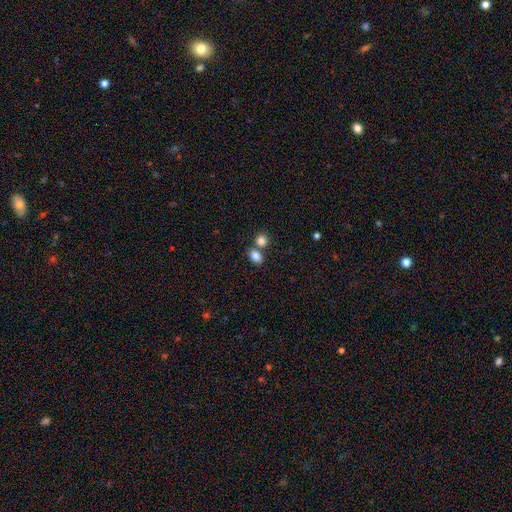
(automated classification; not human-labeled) Overall: smooth (84%). How rounded: in between (72%). Merging: none (51%; merger 36%).